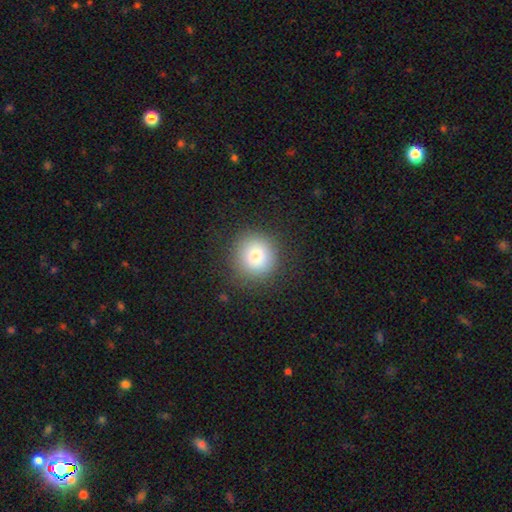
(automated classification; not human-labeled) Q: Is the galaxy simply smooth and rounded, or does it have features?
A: smooth — 78%.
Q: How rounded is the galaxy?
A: round — 92%.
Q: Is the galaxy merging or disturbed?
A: none — 86%.